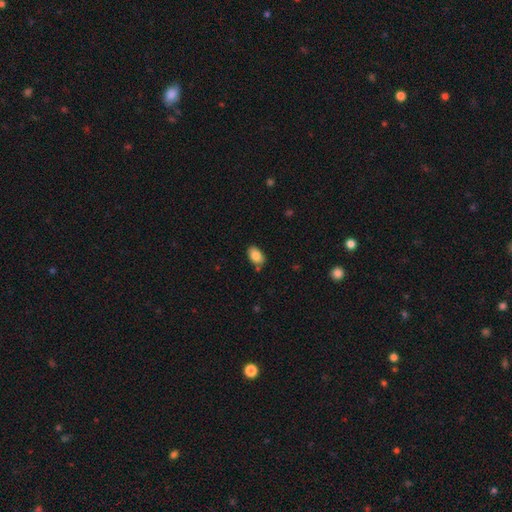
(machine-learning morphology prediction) Smooth or featured?
  - smooth: 84% *
  - featured or disk: 8%
  - star or artifact: 8%
How rounded?
  - in between: 90% *
  - round: 9%
  - cigar-shaped: 1%
Merging?
  - none: 77% *
  - minor disturbance: 15%
  - merger: 5%
  - major disturbance: 3%